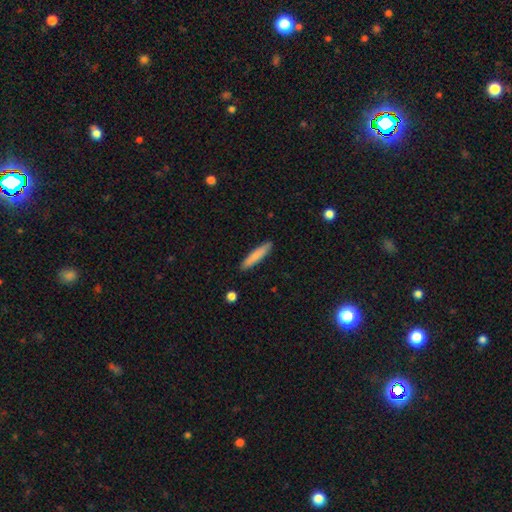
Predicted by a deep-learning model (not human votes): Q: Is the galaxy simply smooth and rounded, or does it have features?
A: smooth — 81%.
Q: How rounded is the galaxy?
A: cigar-shaped — 91%.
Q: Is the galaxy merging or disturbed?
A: none — 89%.